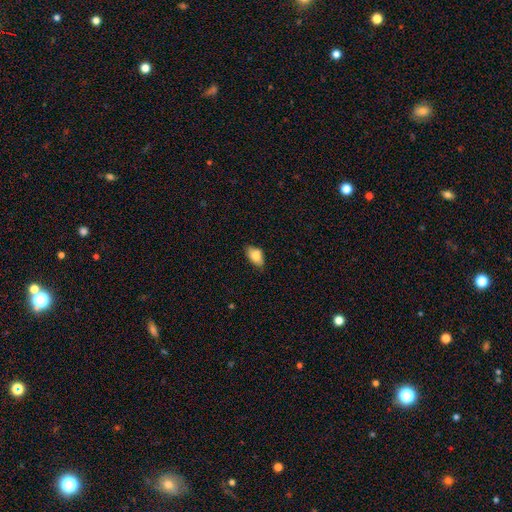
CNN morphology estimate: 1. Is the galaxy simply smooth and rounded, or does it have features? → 79% smooth, 13% featured or disk, 8% star or artifact.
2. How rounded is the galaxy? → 89% in between, 8% round, 3% cigar-shaped.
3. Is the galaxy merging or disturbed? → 73% none, 22% minor disturbance, 3% major disturbance, 1% merger.